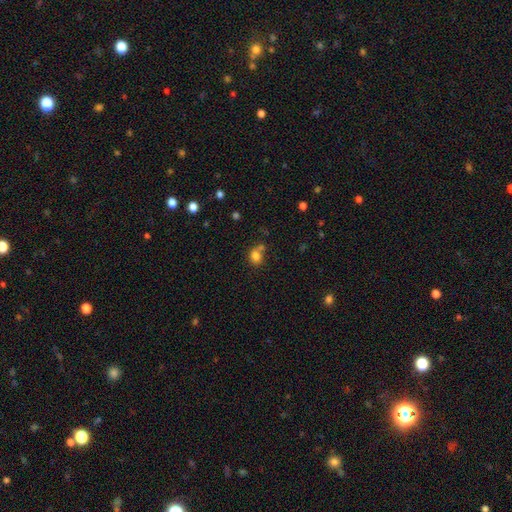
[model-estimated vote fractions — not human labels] Overall: smooth (80%). How rounded: round (61%; in between 38%). Merging: none (51%; merger 29%).